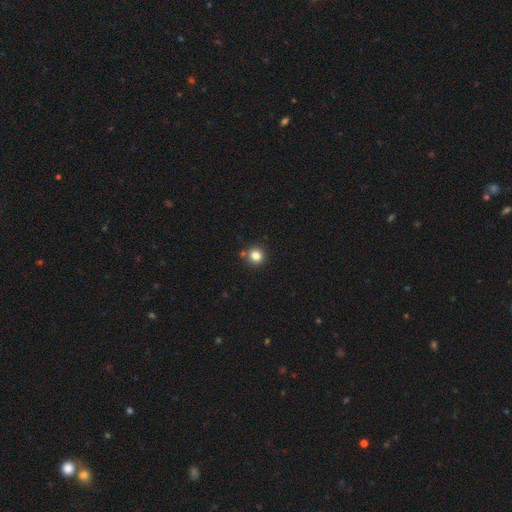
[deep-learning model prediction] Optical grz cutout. It shows a smooth galaxy with no disk features (82%) that is round (92%). Merging: none (82%).